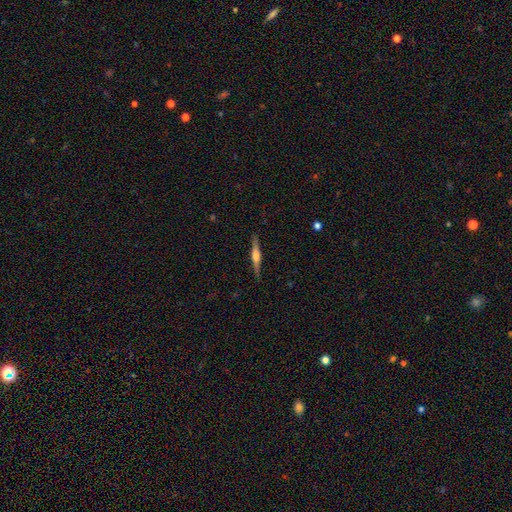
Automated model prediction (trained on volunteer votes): This is likely a featured or disk galaxy (71%). It is clearly viewed edge-on (98%). Edge-on bulge: likely rounded (78%). Merging: clearly none (89%).